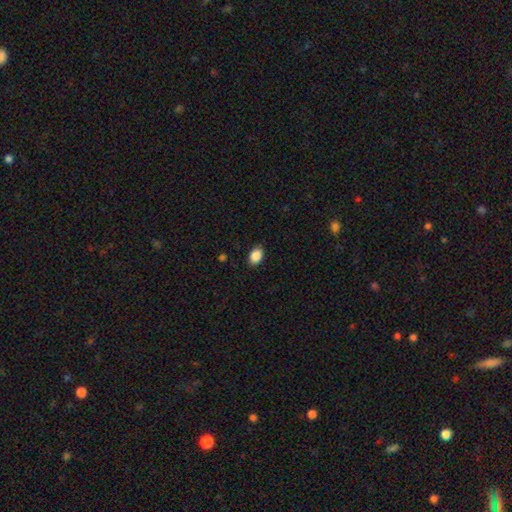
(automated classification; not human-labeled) smooth-or-featured: smooth: 89% | star or artifact: 8% | featured or disk: 4%
  how-rounded: in between: 84% | round: 15% | cigar-shaped: 1%
  merging: none: 87% | minor disturbance: 10% | major disturbance: 2% | merger: 1%